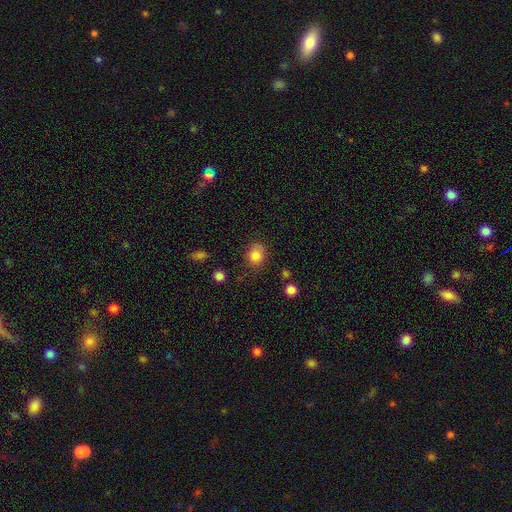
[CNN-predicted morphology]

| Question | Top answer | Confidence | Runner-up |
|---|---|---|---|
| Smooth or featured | smooth | 84% | star or artifact (10%) |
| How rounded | round | 56% | in between (43%) |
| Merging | none | 73% | minor disturbance (19%) |